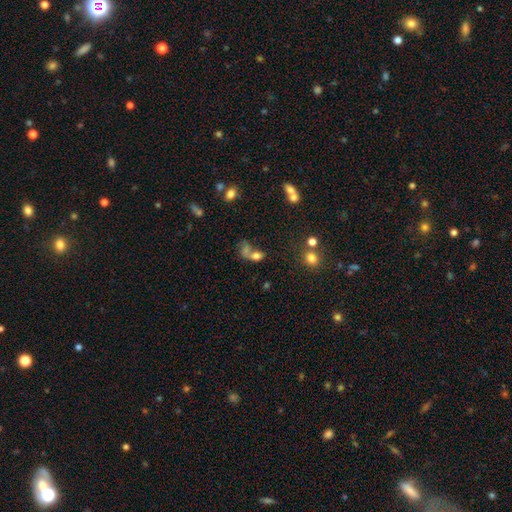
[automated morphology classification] smooth_or_featured: smooth (p=0.70) [alt: star or artifact p=0.15]
how_rounded: in between (p=0.72) [alt: round p=0.25]
merging: merger (p=0.57) [alt: none p=0.24]